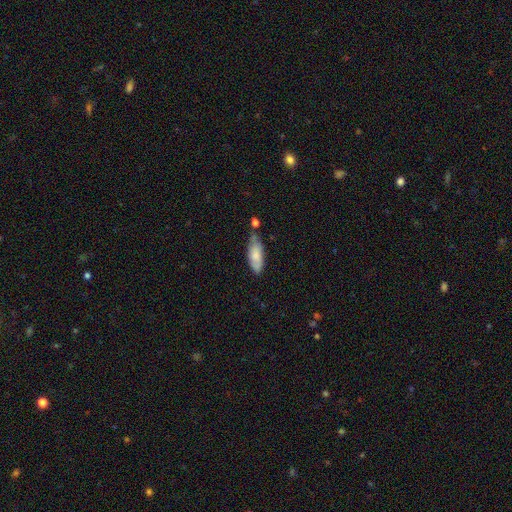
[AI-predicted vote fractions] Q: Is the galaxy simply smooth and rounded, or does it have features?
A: smooth — 75%.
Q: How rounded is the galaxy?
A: in between — 70%.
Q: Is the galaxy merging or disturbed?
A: none — 49%.